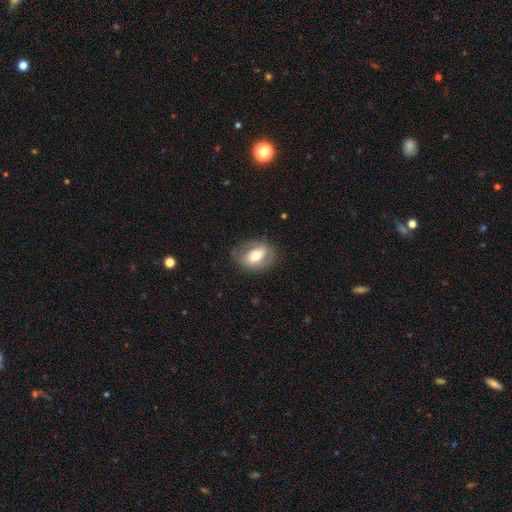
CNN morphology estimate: Smooth or featured? Predicted: smooth (p=0.51). How rounded? Predicted: in between (p=0.69). Merging? Predicted: none (p=0.72).